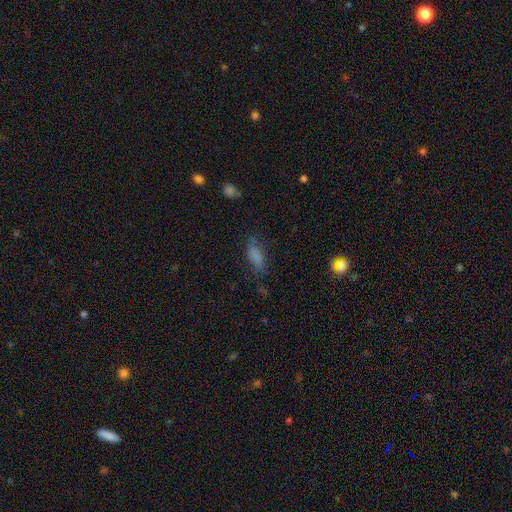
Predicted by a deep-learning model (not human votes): Morphology: type=smooth (80%); roundness=in between (76%); merging=none (69%).